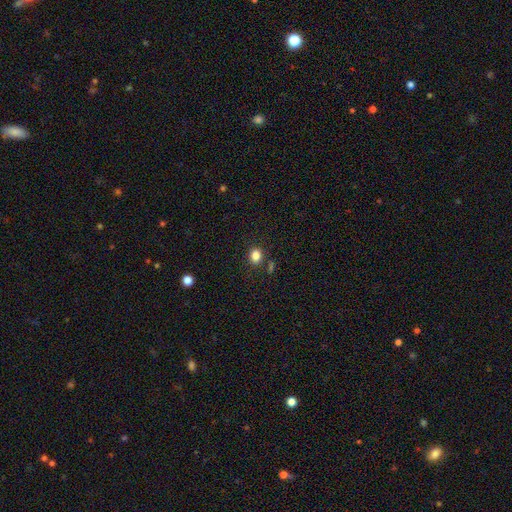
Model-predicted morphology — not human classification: The model was most divided on "how rounded": round: 66%, in between: 33%, cigar-shaped: 1%. More confident: merging — none (83%); smooth or featured — smooth (83%).